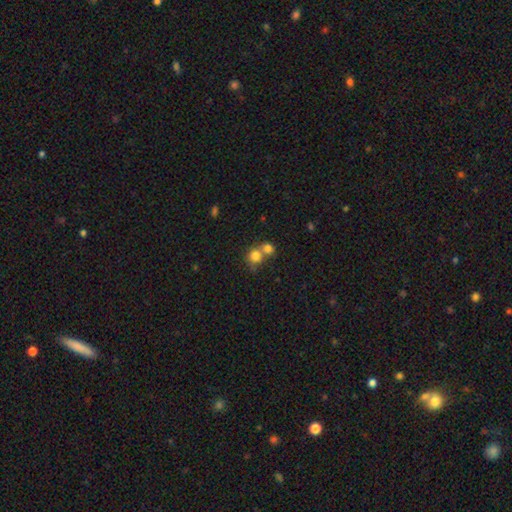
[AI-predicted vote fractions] smooth 79%, star or artifact 11%, featured or disk 10%. Down the decision tree: how rounded — round (83%); merging — merger (52%).